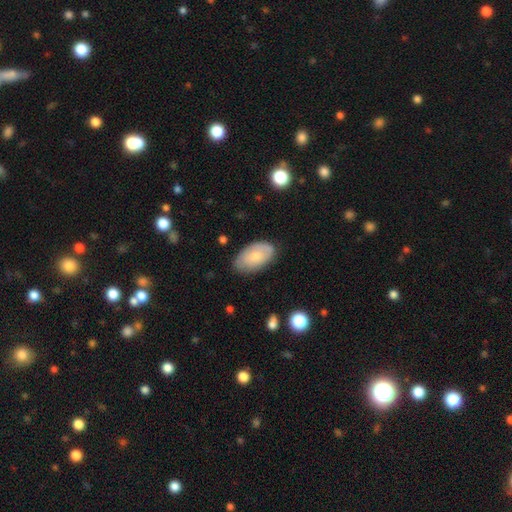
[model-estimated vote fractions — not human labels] smooth_or_featured: smooth (p=0.66) [alt: featured or disk p=0.28]
how_rounded: in between (p=0.94) [alt: round p=0.05]
merging: none (p=0.74) [alt: minor disturbance p=0.21]